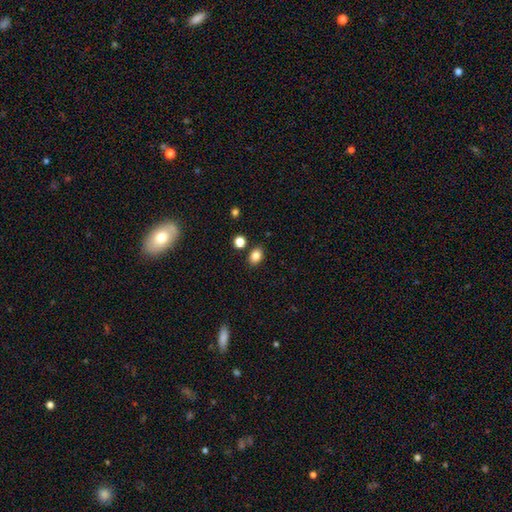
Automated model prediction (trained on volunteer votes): Q: Smooth or featured?
A: smooth (84%); runner-up: star or artifact (11%)
Q: How rounded?
A: in between (67%); runner-up: round (32%)
Q: Merging?
A: none (84%); runner-up: minor disturbance (9%)